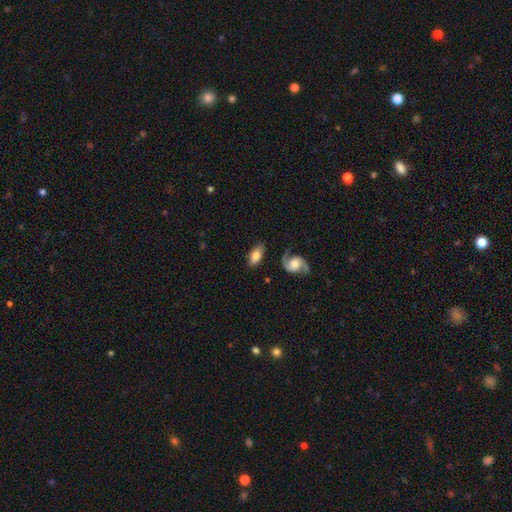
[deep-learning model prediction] Smooth or featured?
  - smooth: 66% *
  - featured or disk: 27%
  - star or artifact: 7%
How rounded?
  - in between: 89% *
  - cigar-shaped: 6%
  - round: 5%
Merging?
  - none: 73% *
  - minor disturbance: 17%
  - major disturbance: 6%
  - merger: 4%